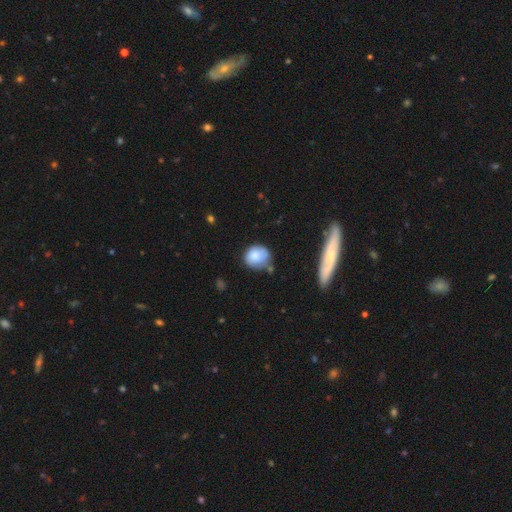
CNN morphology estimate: Overall: smooth (77%). How rounded: round (72%). Merging: none (53%; minor disturbance 31%).